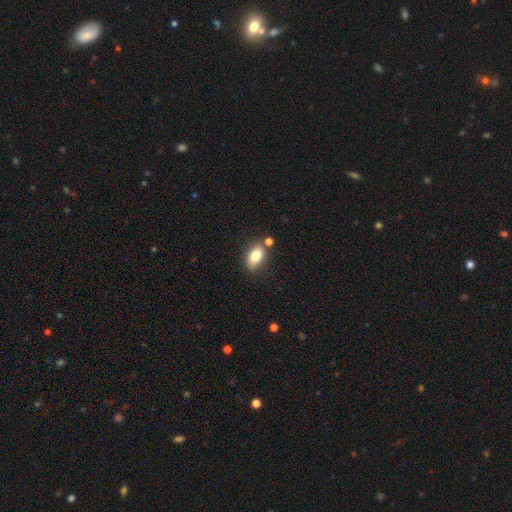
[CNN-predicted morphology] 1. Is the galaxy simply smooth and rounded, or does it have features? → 78% smooth, 13% featured or disk, 8% star or artifact.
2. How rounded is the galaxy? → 86% in between, 10% round, 4% cigar-shaped.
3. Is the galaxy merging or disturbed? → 72% none, 14% minor disturbance, 11% merger, 3% major disturbance.